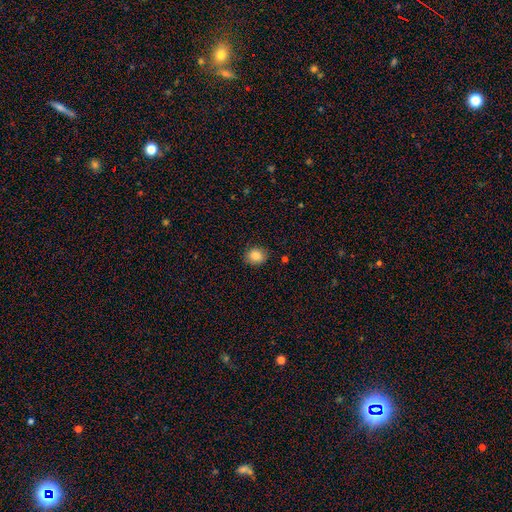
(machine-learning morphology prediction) Q: Smooth or featured?
A: smooth (86%); runner-up: star or artifact (9%)
Q: How rounded?
A: round (67%); runner-up: in between (32%)
Q: Merging?
A: none (84%); runner-up: minor disturbance (12%)